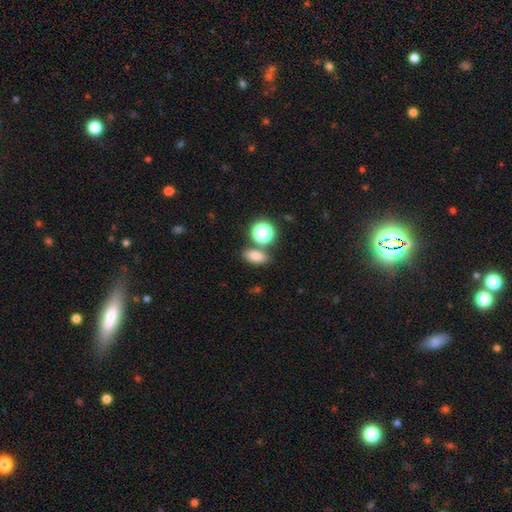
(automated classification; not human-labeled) A smooth galaxy with no disk features (76%) that is in between round and cigar-shaped (74%).

Vote fractions:
- Smooth or featured? smooth: 76% / star or artifact: 16% / featured or disk: 9%
- How rounded? in between: 74% / round: 21% / cigar-shaped: 5%
- Merging? none: 69% / merger: 16% / minor disturbance: 11% / major disturbance: 4%